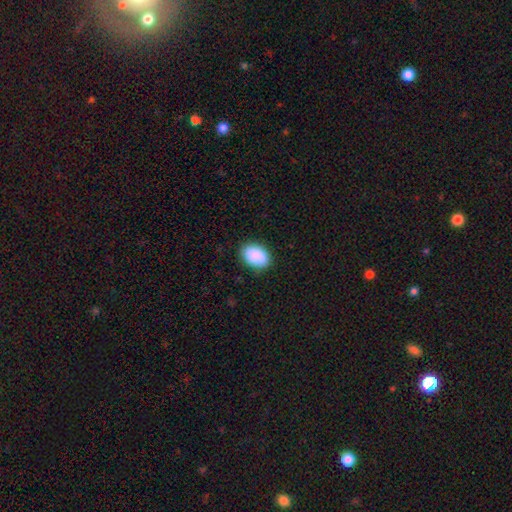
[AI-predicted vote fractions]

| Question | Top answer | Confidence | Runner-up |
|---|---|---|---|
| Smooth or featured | smooth | 91% | star or artifact (6%) |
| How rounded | in between | 88% | round (11%) |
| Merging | none | 88% | minor disturbance (9%) |